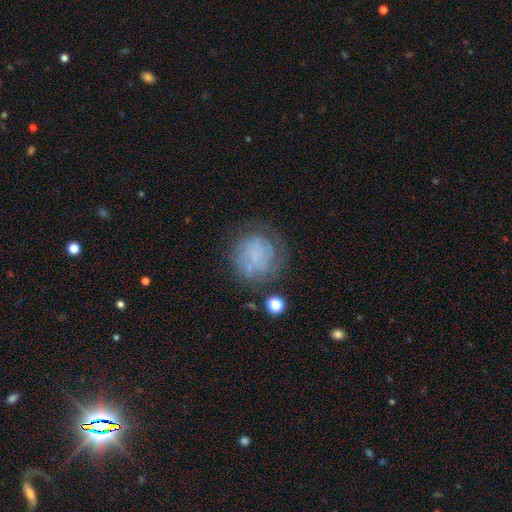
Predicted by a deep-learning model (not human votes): This is possibly a featured or disk galaxy (47%). Merging: likely none (64%).